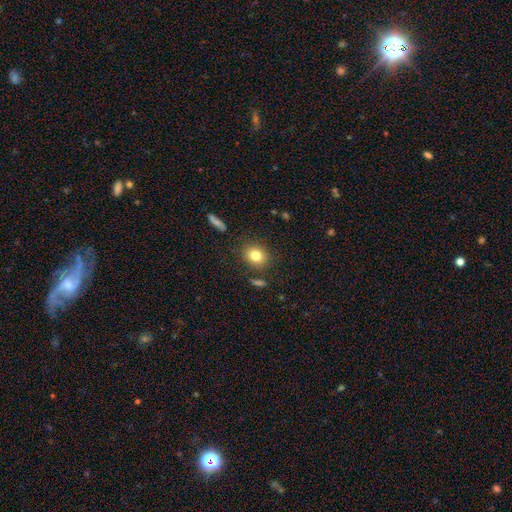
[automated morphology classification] Smooth or featured? Predicted: smooth (p=0.81). How rounded? Predicted: round (p=0.59). Merging? Predicted: none (p=0.85).